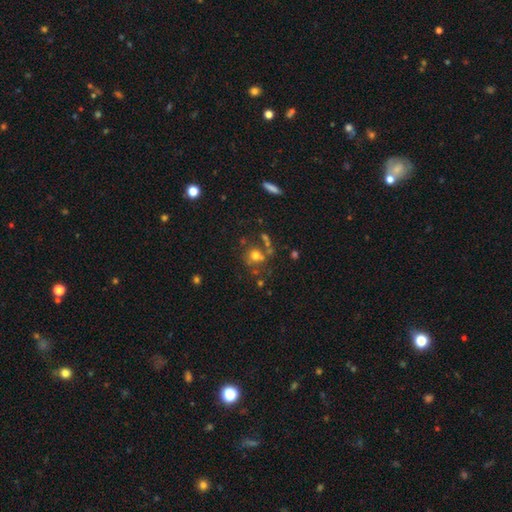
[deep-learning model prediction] Smooth or featured?
  - smooth: 64% *
  - star or artifact: 18%
  - featured or disk: 18%
How rounded?
  - round: 81% *
  - in between: 18%
  - cigar-shaped: 1%
Merging?
  - none: 55% *
  - merger: 24%
  - minor disturbance: 14%
  - major disturbance: 8%